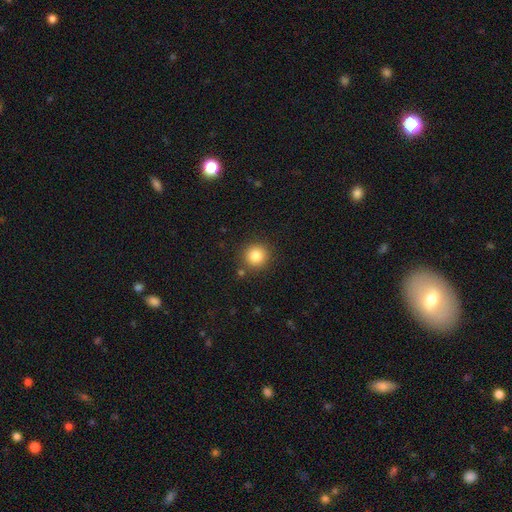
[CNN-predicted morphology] The model was most divided on "smooth or featured": smooth: 83%, star or artifact: 11%, featured or disk: 6%. More confident: how rounded — round (93%); merging — none (86%).